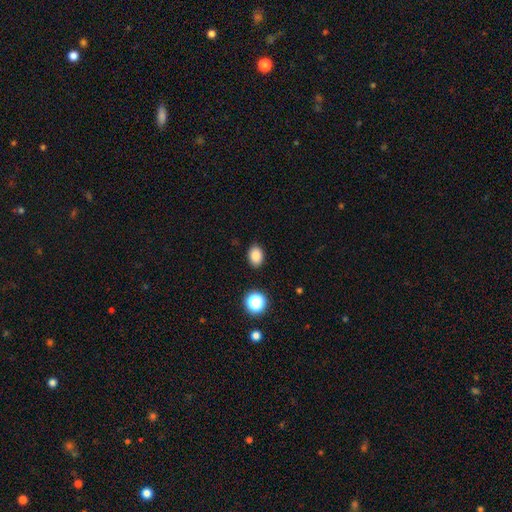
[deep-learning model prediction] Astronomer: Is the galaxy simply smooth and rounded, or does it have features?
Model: smooth — 84%.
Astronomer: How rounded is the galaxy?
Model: in between — 73%.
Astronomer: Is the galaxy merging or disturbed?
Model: none — 88%.